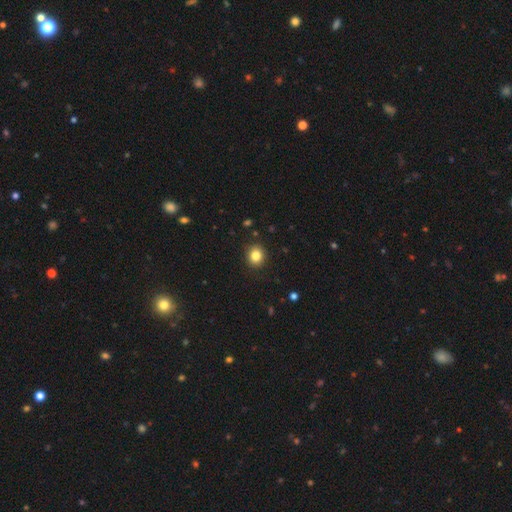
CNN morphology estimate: Q: Smooth or featured?
A: smooth (83%); runner-up: star or artifact (11%)
Q: How rounded?
A: round (76%); runner-up: in between (23%)
Q: Merging?
A: none (90%); runner-up: minor disturbance (7%)